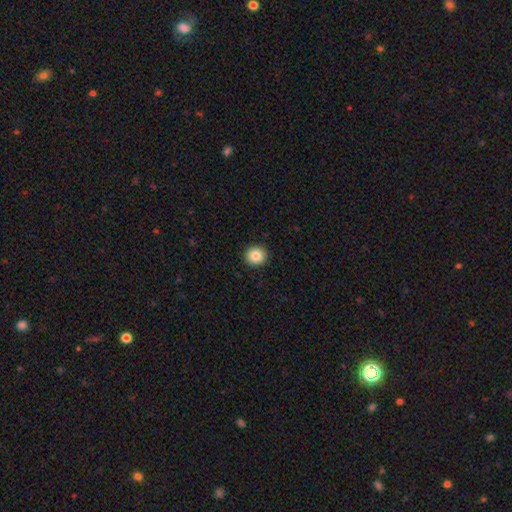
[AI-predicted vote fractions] smooth-or-featured: smooth: 86% | star or artifact: 9% | featured or disk: 5%
  how-rounded: round: 89% | in between: 10% | cigar-shaped: 1%
  merging: none: 92% | minor disturbance: 5% | major disturbance: 2% | merger: 1%